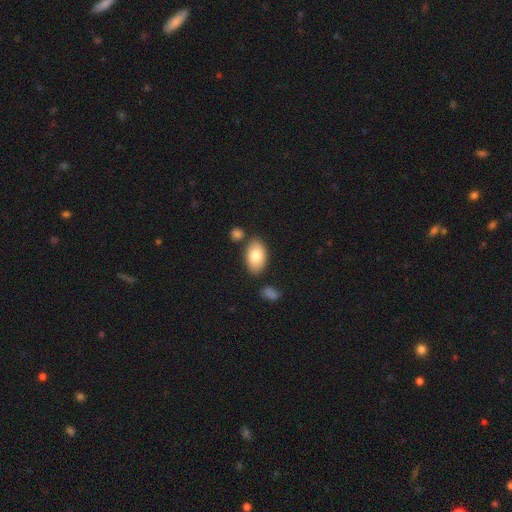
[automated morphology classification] The model was most divided on "merging": none: 77%, minor disturbance: 13%, merger: 7%, major disturbance: 3%. More confident: how rounded — in between (93%); smooth or featured — smooth (80%).